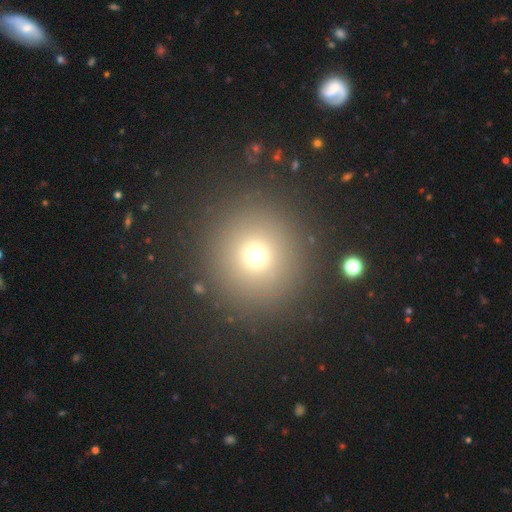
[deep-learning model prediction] Q: Smooth or featured?
A: smooth (70%); runner-up: star or artifact (20%)
Q: How rounded?
A: round (94%); runner-up: in between (5%)
Q: Merging?
A: none (89%); runner-up: minor disturbance (6%)